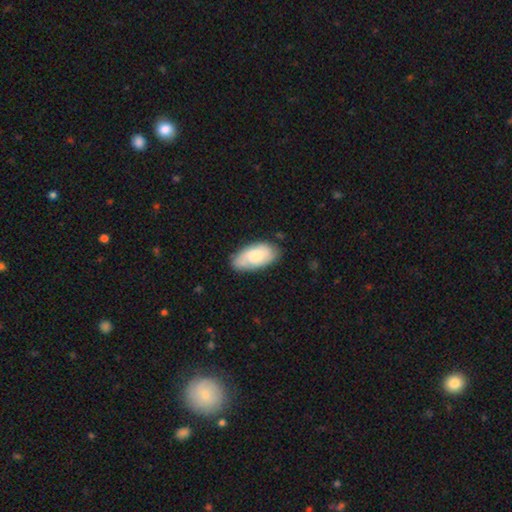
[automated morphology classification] Q: Smooth or featured?
A: smooth (60%); runner-up: featured or disk (34%)
Q: How rounded?
A: in between (93%); runner-up: cigar-shaped (4%)
Q: Merging?
A: none (72%); runner-up: minor disturbance (21%)